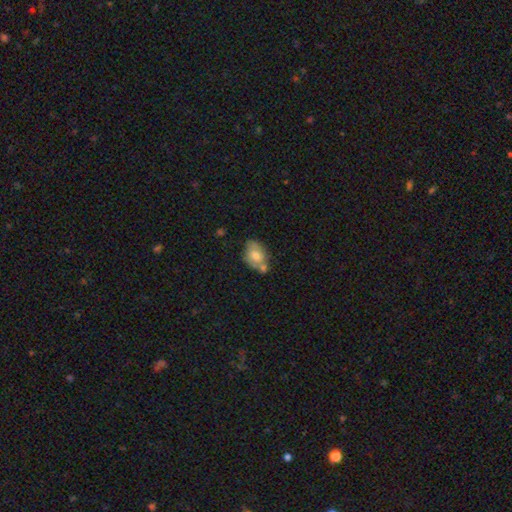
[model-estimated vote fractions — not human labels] Smooth or featured? Predicted: smooth (p=0.62). How rounded? Predicted: in between (p=0.73). Merging? Predicted: none (p=0.39).